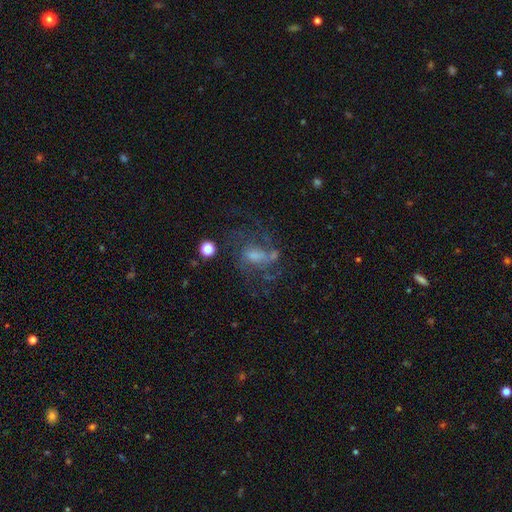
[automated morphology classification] Smooth or featured?
  - featured or disk: 65% *
  - smooth: 20%
  - star or artifact: 15%
Edge-on disk?
  - no: 97% *
  - yes: 3%
Bar?
  - no: 54% *
  - weak: 37%
  - strong: 9%
Spiral arms?
  - yes: 73% *
  - no: 27%
Bulge size?
  - moderate: 35% *
  - small: 27%
  - none: 25%
  - large: 11%
  - dominant: 2%
Merging?
  - none: 45% *
  - major disturbance: 32%
  - minor disturbance: 17%
  - merger: 6%